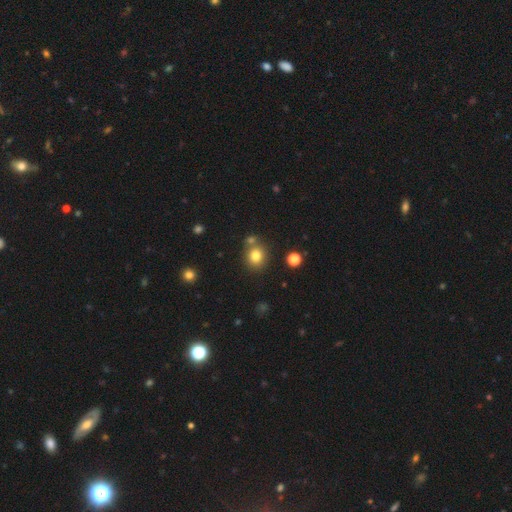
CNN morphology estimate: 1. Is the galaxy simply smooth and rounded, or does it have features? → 80% smooth, 13% star or artifact, 8% featured or disk.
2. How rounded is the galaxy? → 80% round, 19% in between, 1% cigar-shaped.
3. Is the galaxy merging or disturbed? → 71% none, 17% merger, 9% minor disturbance, 3% major disturbance.